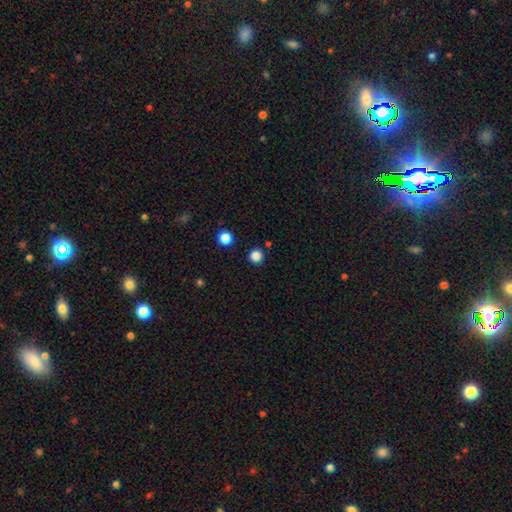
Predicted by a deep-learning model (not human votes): A smooth galaxy with no disk features (84%) that is round (95%). Merging: none (91%).